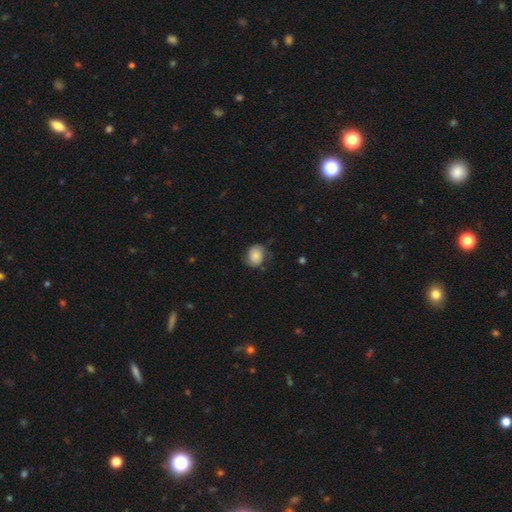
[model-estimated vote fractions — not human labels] Q: Smooth or featured?
A: smooth (71%); runner-up: featured or disk (21%)
Q: How rounded?
A: round (64%); runner-up: in between (35%)
Q: Merging?
A: none (64%); runner-up: minor disturbance (26%)